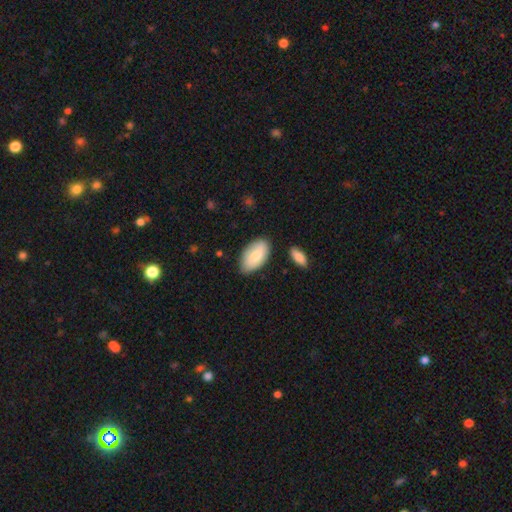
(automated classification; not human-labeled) Smooth or featured? smooth (70%)
How rounded? in between (95%)
Merging? none (78%)